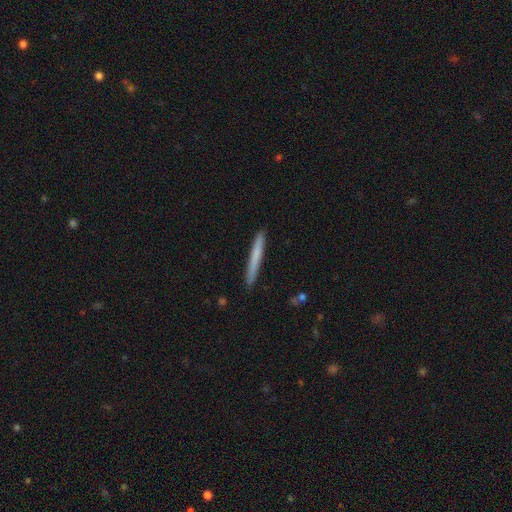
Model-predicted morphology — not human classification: Smooth or featured? smooth (69%)
How rounded? cigar-shaped (97%)
Merging? none (92%)